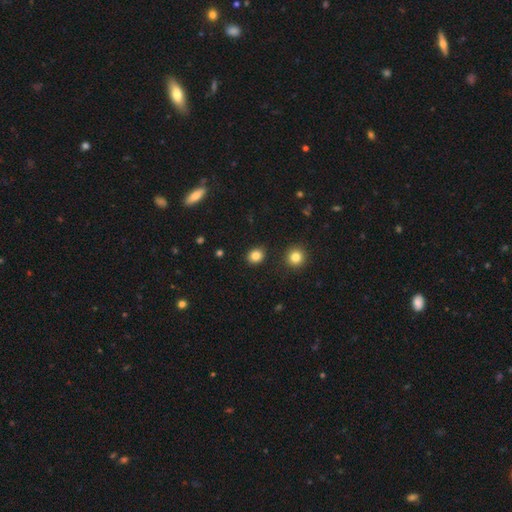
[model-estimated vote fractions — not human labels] Smooth or featured?
  - smooth: 83% *
  - star or artifact: 11%
  - featured or disk: 6%
How rounded?
  - round: 69% *
  - in between: 30%
  - cigar-shaped: 1%
Merging?
  - none: 89% *
  - minor disturbance: 7%
  - major disturbance: 2%
  - merger: 2%